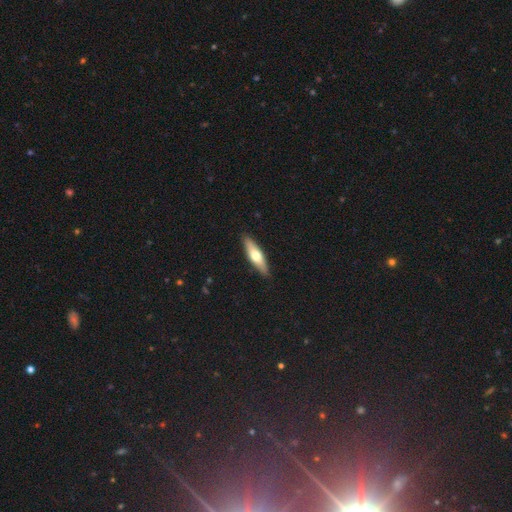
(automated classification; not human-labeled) Smooth or featured?
  - smooth: 54% *
  - featured or disk: 40%
  - star or artifact: 5%
How rounded?
  - cigar-shaped: 66% *
  - in between: 32%
  - round: 2%
Merging?
  - none: 89% *
  - minor disturbance: 8%
  - major disturbance: 2%
  - merger: 1%